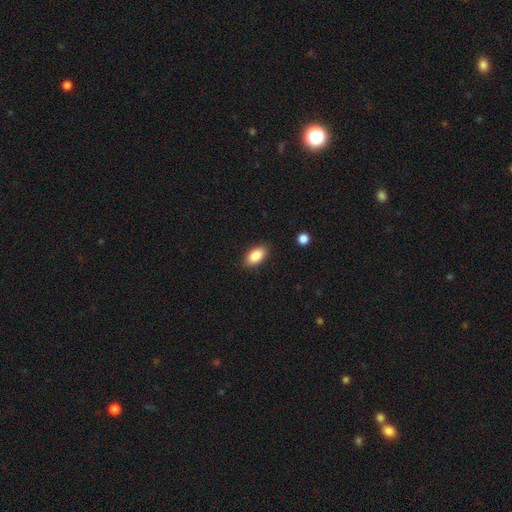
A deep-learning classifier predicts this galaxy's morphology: The model was most divided on "merging": none: 87%, minor disturbance: 9%, major disturbance: 2%, merger: 1%. More confident: how rounded — in between (92%); smooth or featured — smooth (87%).